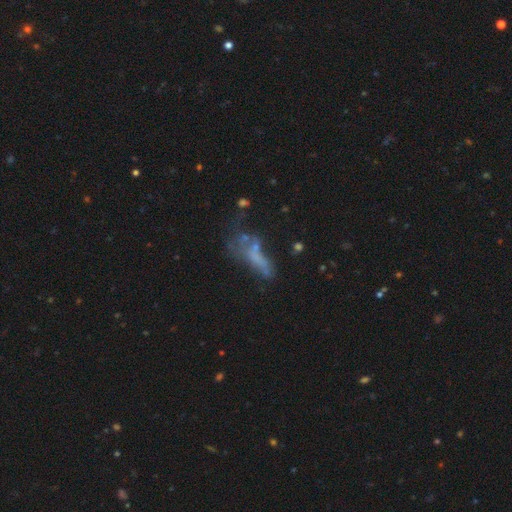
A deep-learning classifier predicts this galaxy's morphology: smooth_or_featured: featured or disk (p=0.42) [alt: smooth p=0.38]
merging: major disturbance (p=0.35) [alt: none p=0.28]